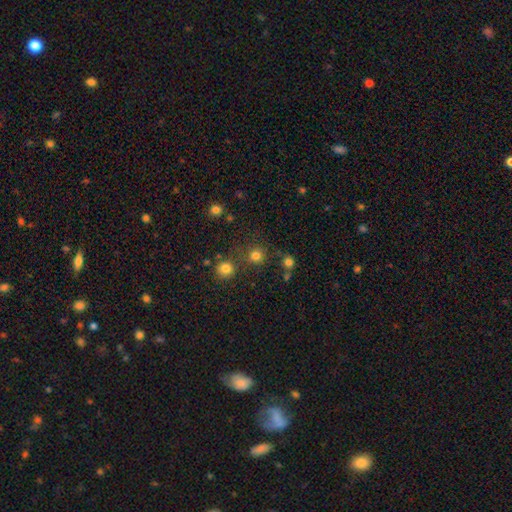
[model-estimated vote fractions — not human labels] This appears to be a smooth galaxy with no disk features (79%) that is round (92%). Merging: none (77%).